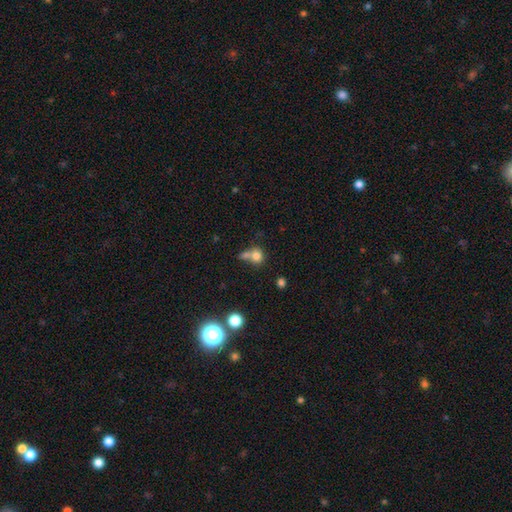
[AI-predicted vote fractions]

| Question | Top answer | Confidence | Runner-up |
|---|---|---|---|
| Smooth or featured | smooth | 77% | star or artifact (13%) |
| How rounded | round | 75% | in between (23%) |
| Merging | merger | 45% | none (38%) |